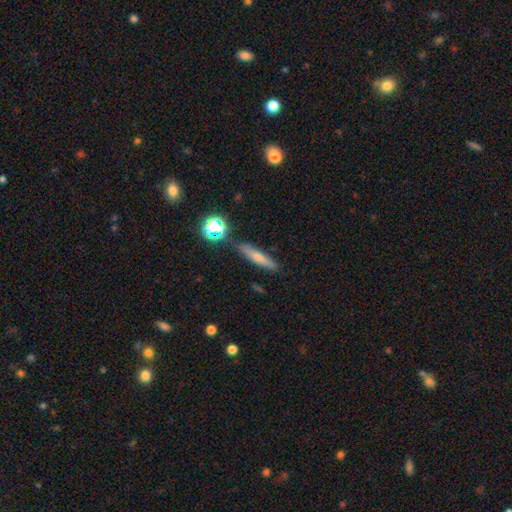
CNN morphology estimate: This is possibly a smooth galaxy (54%). How rounded: clearly cigar-shaped (83%). Merging: clearly none (86%).